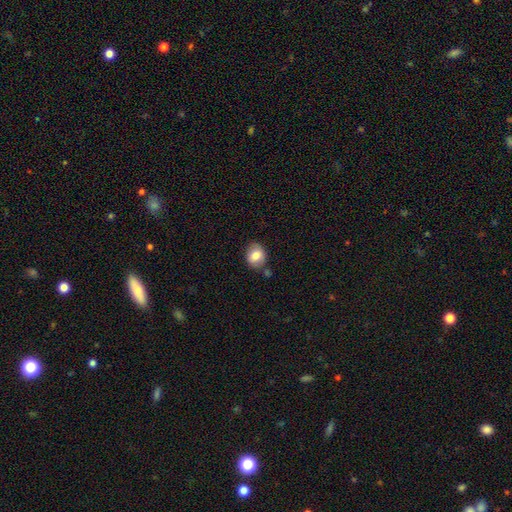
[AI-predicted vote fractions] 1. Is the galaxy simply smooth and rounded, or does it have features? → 79% smooth, 12% featured or disk, 8% star or artifact.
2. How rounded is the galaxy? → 62% round, 37% in between, 1% cigar-shaped.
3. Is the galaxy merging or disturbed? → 73% none, 16% minor disturbance, 7% merger, 3% major disturbance.